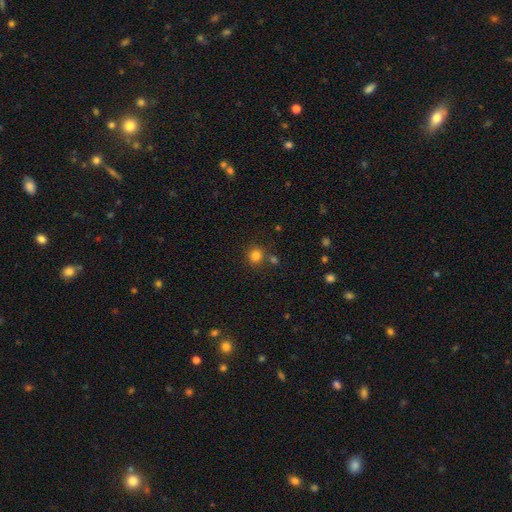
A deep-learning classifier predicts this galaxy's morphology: The model was most divided on "merging": none: 77%, merger: 12%, minor disturbance: 8%, major disturbance: 3%. More confident: how rounded — round (91%); smooth or featured — smooth (81%).